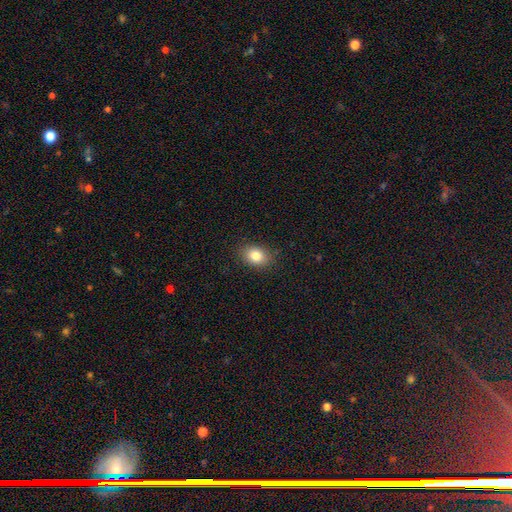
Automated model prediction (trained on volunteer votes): Q: Smooth or featured?
A: smooth (83%); runner-up: star or artifact (9%)
Q: How rounded?
A: in between (69%); runner-up: round (30%)
Q: Merging?
A: none (86%); runner-up: minor disturbance (10%)